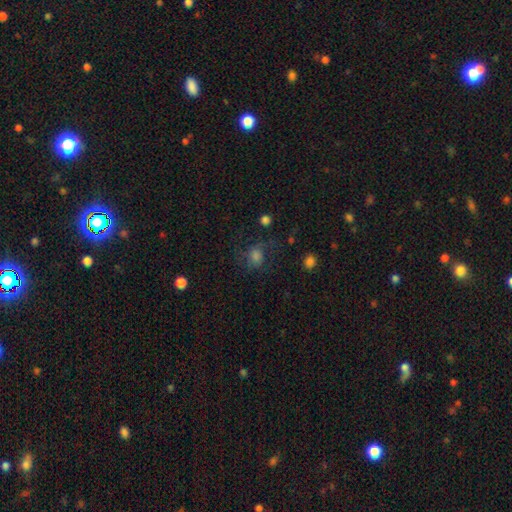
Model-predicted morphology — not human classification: This is possibly a smooth galaxy (46%). Merging: possibly none (58%).